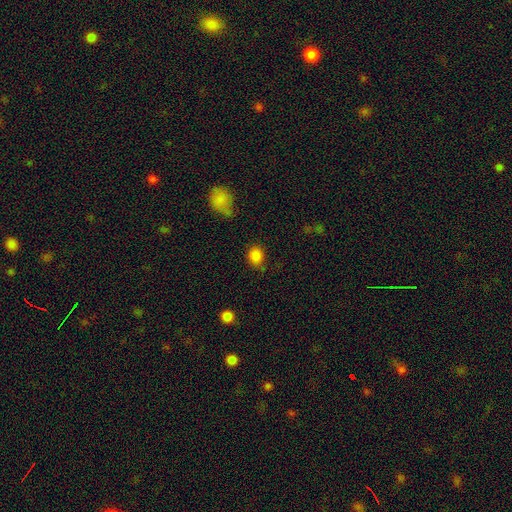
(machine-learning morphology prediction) This appears to be a smooth galaxy with no disk features (85%) that is round (59%). Merging: none (73%).